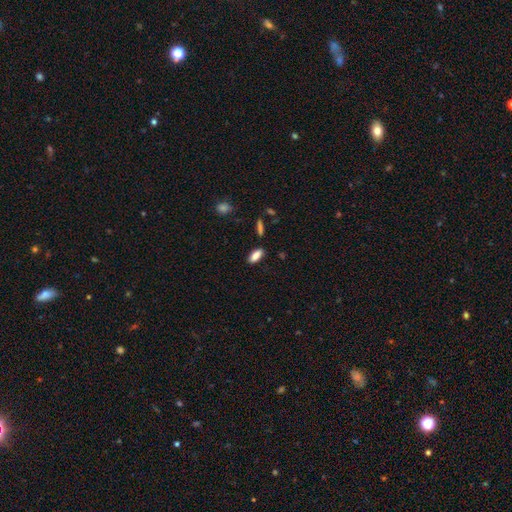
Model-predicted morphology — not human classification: The model was most divided on "how rounded": in between: 79%, cigar-shaped: 18%, round: 2%. More confident: smooth or featured — smooth (86%); merging — none (85%).